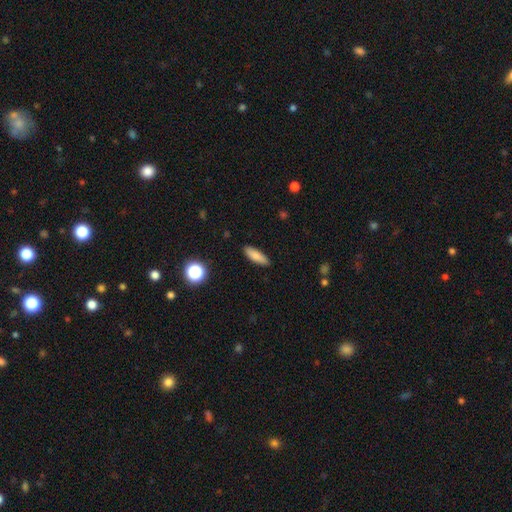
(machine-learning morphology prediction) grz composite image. It shows a smooth galaxy with no disk features (83%) that is in between round and cigar-shaped (52%). Merging: none (89%).